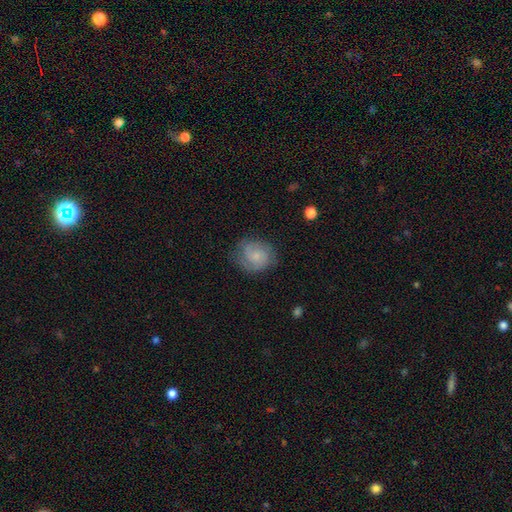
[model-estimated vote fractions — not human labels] Morphology: type=featured or disk (59%); edge-on=no (98%); bar=no (74%); spiral arms=yes (91%); winding=tight (54%); arm count=2 (53%); bulge=small (64%); merging=none (71%).